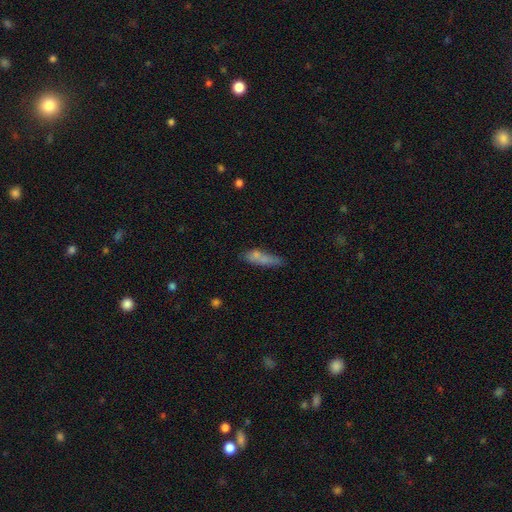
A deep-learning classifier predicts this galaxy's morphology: smooth_or_featured: smooth (p=0.70) [alt: featured or disk p=0.20]
how_rounded: cigar-shaped (p=0.74) [alt: in between p=0.24]
merging: none (p=0.53) [alt: minor disturbance p=0.26]